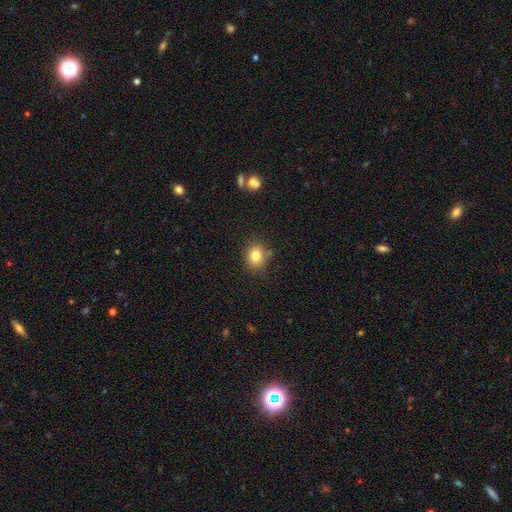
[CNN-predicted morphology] type=smooth (81%); roundness=round (69%); merging=none (80%).